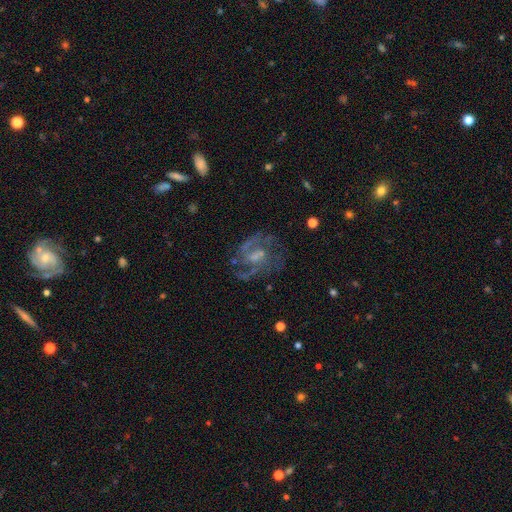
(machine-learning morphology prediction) Overall: featured or disk (78%). Edge-on disk: no (98%). Bar: weak (45%; no 43%). Spiral arms: yes (83%). Spiral arm count: 2 (41%; can't tell 24%). Spiral winding: medium (51%; tight 26%). Bulge size: small (39%; moderate 31%). Merging: none (58%; major disturbance 21%).